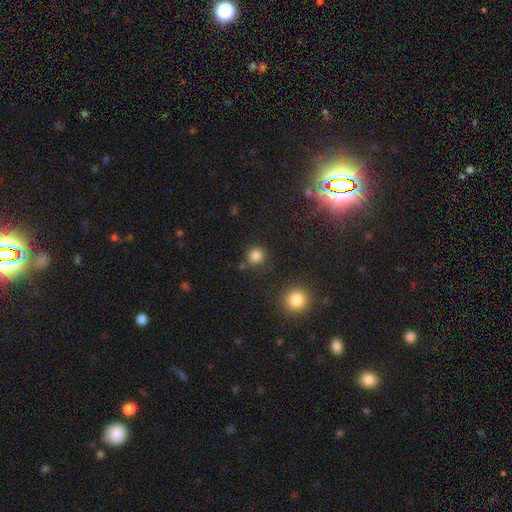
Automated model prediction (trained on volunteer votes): Smooth or featured? smooth (82%)
How rounded? round (91%)
Merging? none (83%)